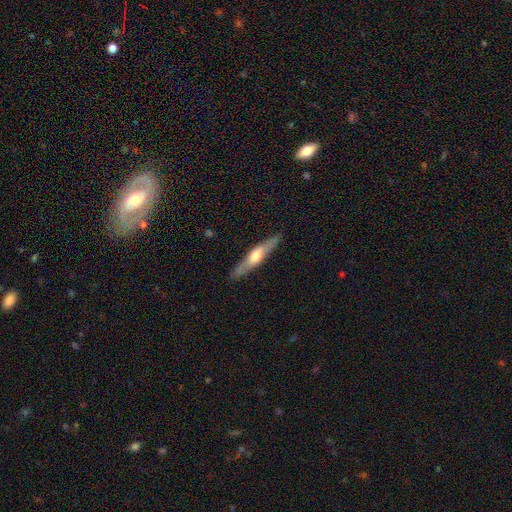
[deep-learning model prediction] Smooth or featured? Predicted: featured or disk (p=0.60). Edge-on disk? Predicted: yes (p=0.93). Edge-on bulge? Predicted: rounded (p=0.87). Merging? Predicted: none (p=0.89).